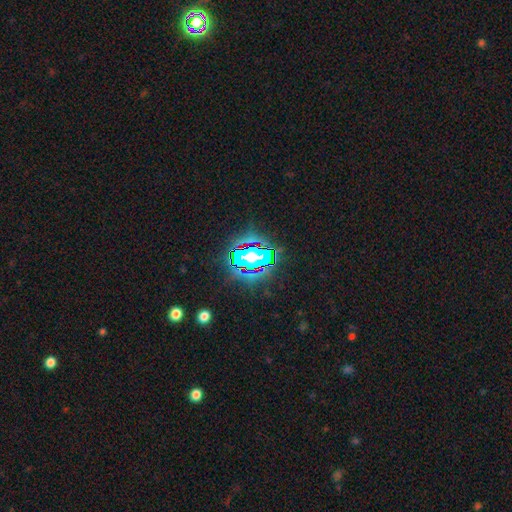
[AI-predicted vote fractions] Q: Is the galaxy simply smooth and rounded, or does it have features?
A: star or artifact — 65%.